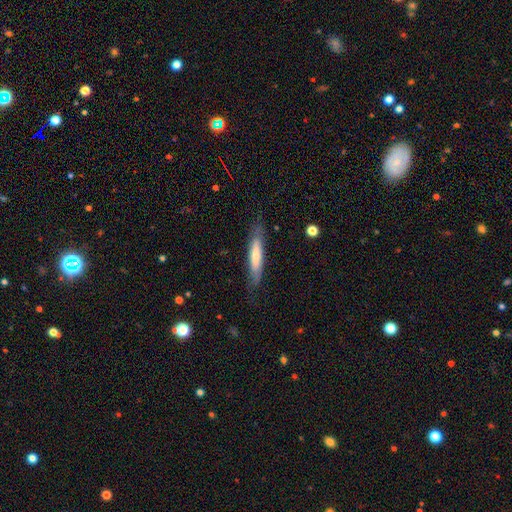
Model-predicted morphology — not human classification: This is likely a smooth galaxy (64%). How rounded: clearly cigar-shaped (83%). Merging: likely none (76%).